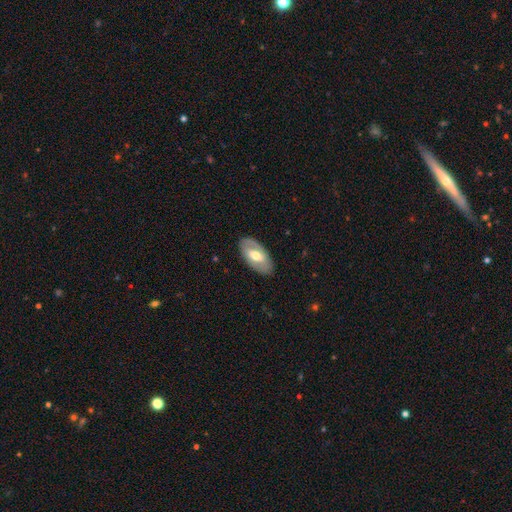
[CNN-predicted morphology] This is possibly a featured or disk galaxy (52%). It is clearly not viewed edge-on (87%). Merging: clearly none (84%).